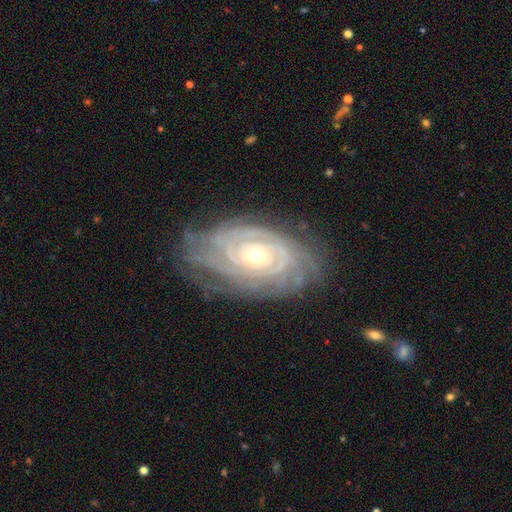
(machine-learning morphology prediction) Smooth or featured? Predicted: featured or disk (p=0.89). Edge-on disk? Predicted: no (p=0.95). Bar? Predicted: no (p=0.70). Spiral arms? Predicted: yes (p=0.97). Spiral winding? Predicted: tight (p=0.83). Spiral arm count? Predicted: can't tell (p=0.35). Bulge size? Predicted: small (p=0.52). Merging? Predicted: none (p=0.75).